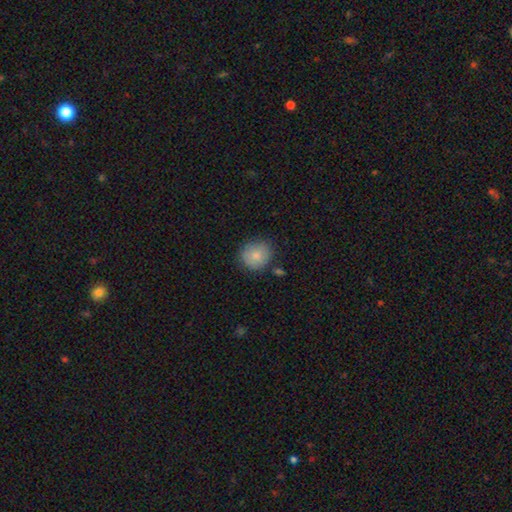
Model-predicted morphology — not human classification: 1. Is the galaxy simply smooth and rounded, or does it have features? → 83% smooth, 9% featured or disk, 8% star or artifact.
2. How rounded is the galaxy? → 85% round, 14% in between, 1% cigar-shaped.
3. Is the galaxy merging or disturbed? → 75% none, 16% minor disturbance, 4% merger, 4% major disturbance.